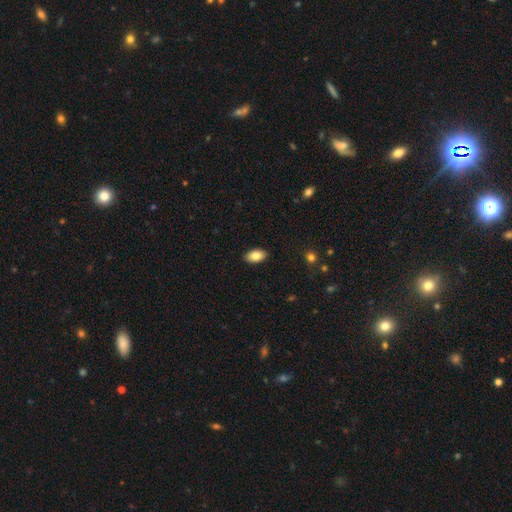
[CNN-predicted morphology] type=smooth (86%); roundness=in between (93%); merging=none (90%).